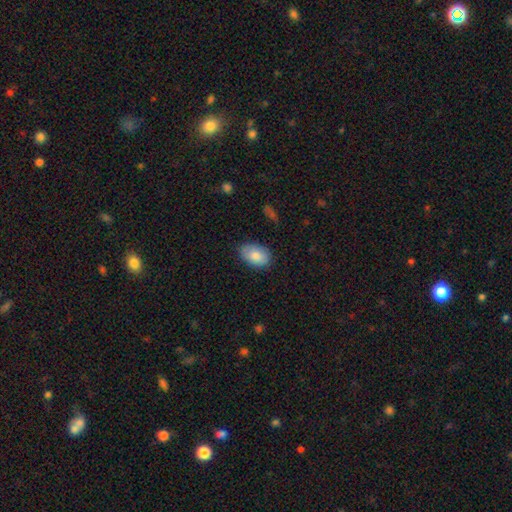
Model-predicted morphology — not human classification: smooth-or-featured: smooth: 83% | featured or disk: 10% | star or artifact: 6%
  how-rounded: in between: 90% | round: 9% | cigar-shaped: 1%
  merging: none: 80% | minor disturbance: 16% | major disturbance: 3% | merger: 1%